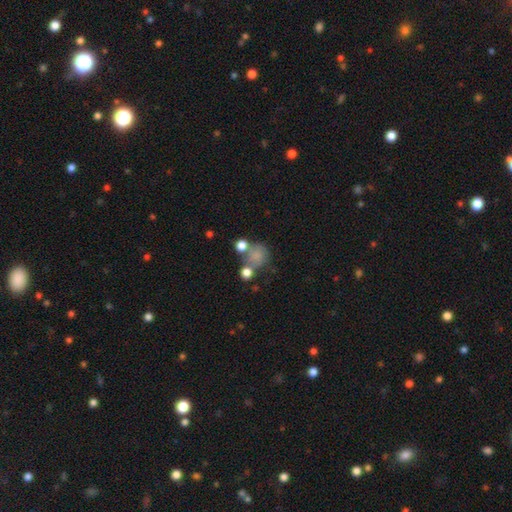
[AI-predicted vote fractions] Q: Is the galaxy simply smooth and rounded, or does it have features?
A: smooth — 71%.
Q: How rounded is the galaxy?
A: round — 75%.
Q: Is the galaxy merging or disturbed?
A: none — 43%.